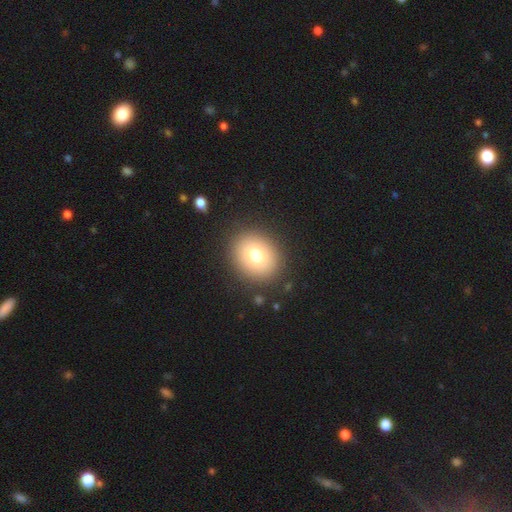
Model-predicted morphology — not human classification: Smooth or featured?
  - smooth: 76% *
  - featured or disk: 13%
  - star or artifact: 11%
How rounded?
  - round: 70% *
  - in between: 30%
  - cigar-shaped: 1%
Merging?
  - none: 89% *
  - minor disturbance: 7%
  - major disturbance: 3%
  - merger: 1%